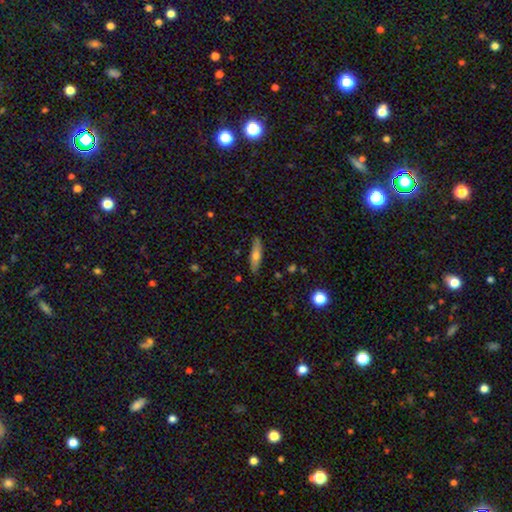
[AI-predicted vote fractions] Q: Smooth or featured?
A: smooth (62%); runner-up: featured or disk (31%)
Q: How rounded?
A: cigar-shaped (70%); runner-up: in between (28%)
Q: Merging?
A: none (86%); runner-up: minor disturbance (11%)